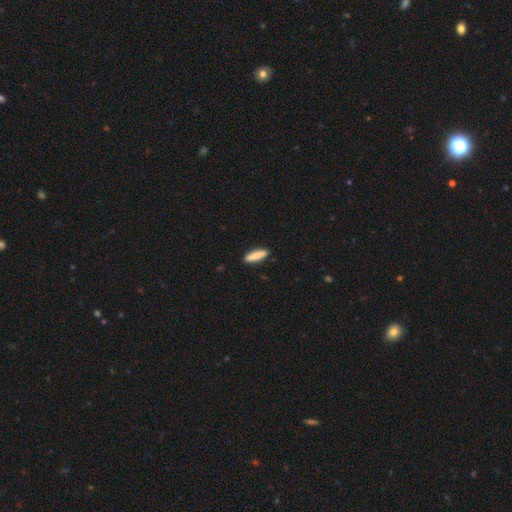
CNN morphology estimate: smooth 86%, featured or disk 8%, star or artifact 6%. Down the decision tree: how rounded — cigar-shaped (78%); merging — none (90%).